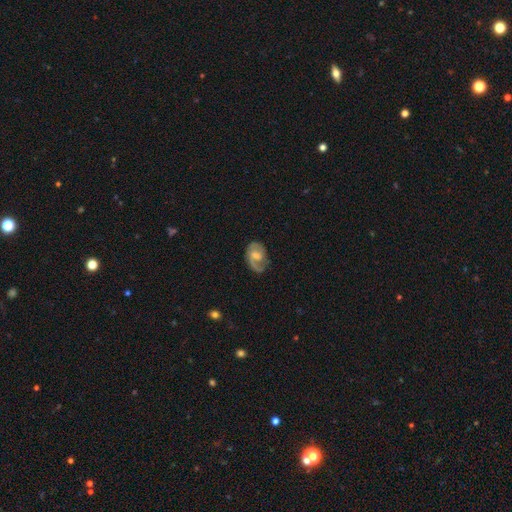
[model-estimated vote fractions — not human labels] Smooth or featured? featured or disk (74%)
Edge-on disk? no (97%)
Bar? weak (47%)
Spiral arms? yes (92%)
Spiral winding? medium (47%)
Spiral arm count? 2 (67%)
Bulge size? moderate (47%)
Merging? none (66%)